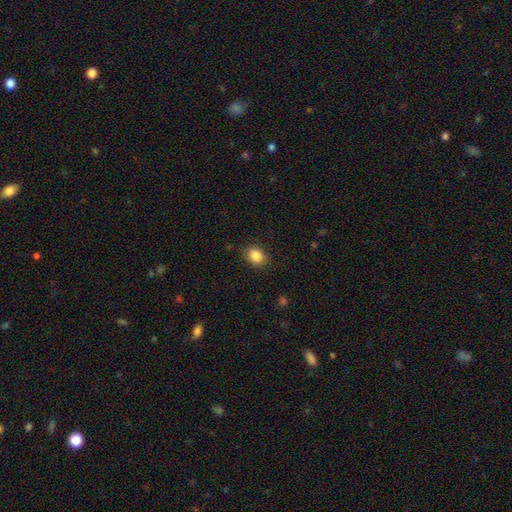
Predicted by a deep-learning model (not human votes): Morphology: type=smooth (86%); roundness=in between (51%); merging=none (86%).